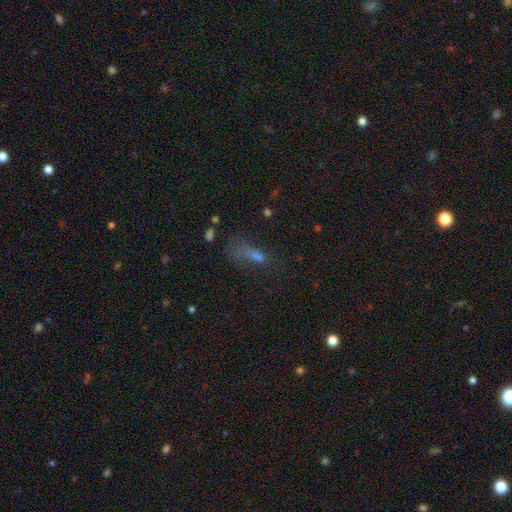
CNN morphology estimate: Smooth or featured: smooth — 51% (star or artifact — 27%)
How rounded: in between — 53% (cigar-shaped — 37%)
Merging: major disturbance — 40% (none — 32%)